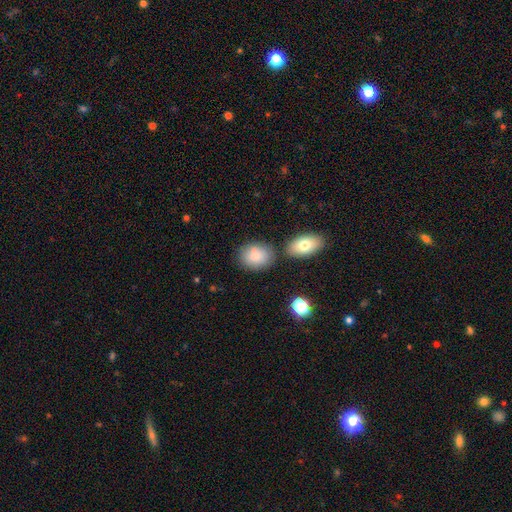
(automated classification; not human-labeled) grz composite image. It shows a smooth galaxy with no disk features (82%) that is in between round and cigar-shaped (60%). Merging: none (68%).